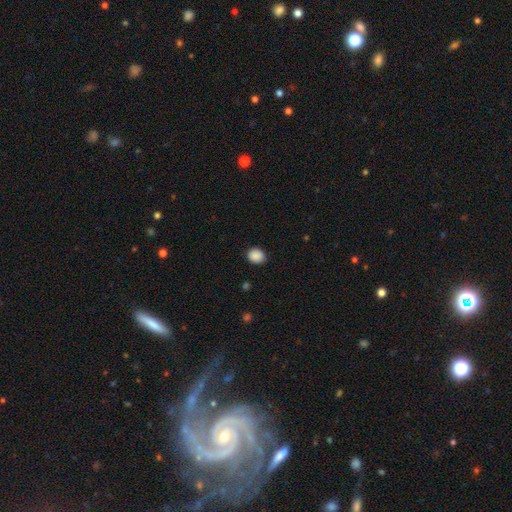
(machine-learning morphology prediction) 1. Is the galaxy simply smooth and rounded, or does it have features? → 89% smooth, 9% star or artifact, 3% featured or disk.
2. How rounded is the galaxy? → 62% round, 37% in between, 1% cigar-shaped.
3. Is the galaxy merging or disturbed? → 85% none, 11% minor disturbance, 2% major disturbance, 1% merger.